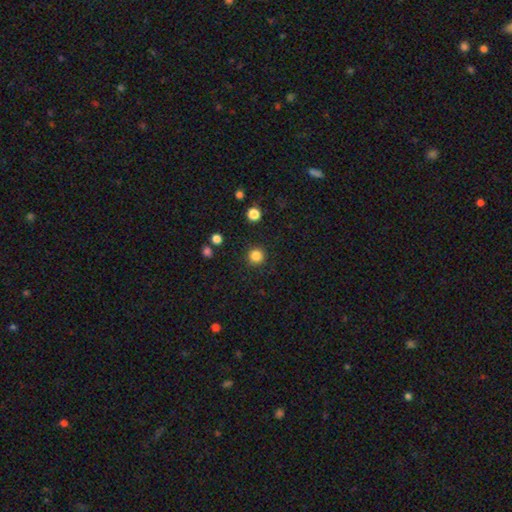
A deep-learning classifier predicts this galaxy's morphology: smooth 84%, star or artifact 12%, featured or disk 4%. Down the decision tree: how rounded — round (95%); merging — none (91%).